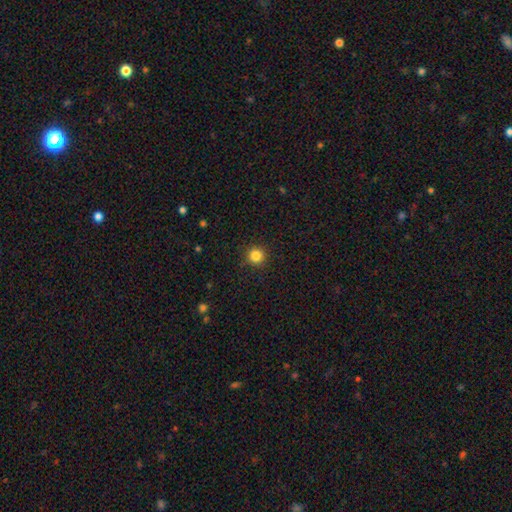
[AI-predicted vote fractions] A smooth galaxy with no disk features (83%) that is round (95%).

Vote fractions:
- Smooth or featured? smooth: 83% / star or artifact: 12% / featured or disk: 4%
- How rounded? round: 95% / in between: 4% / cigar-shaped: 1%
- Merging? none: 92% / minor disturbance: 6% / major disturbance: 2% / merger: 1%